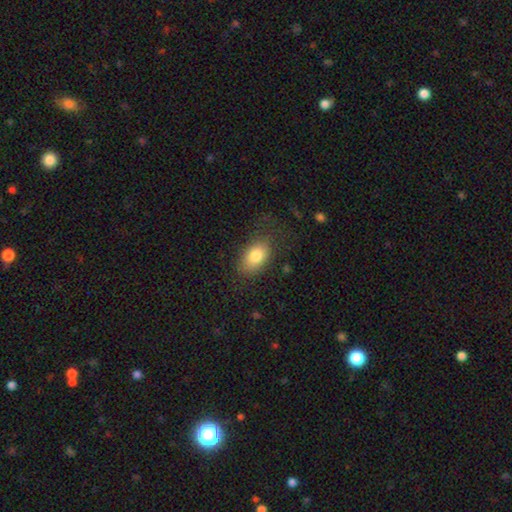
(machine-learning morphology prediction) Smooth or featured?
  - smooth: 81% *
  - featured or disk: 11%
  - star or artifact: 7%
How rounded?
  - in between: 90% *
  - round: 9%
  - cigar-shaped: 2%
Merging?
  - none: 73% *
  - minor disturbance: 17%
  - major disturbance: 9%
  - merger: 1%